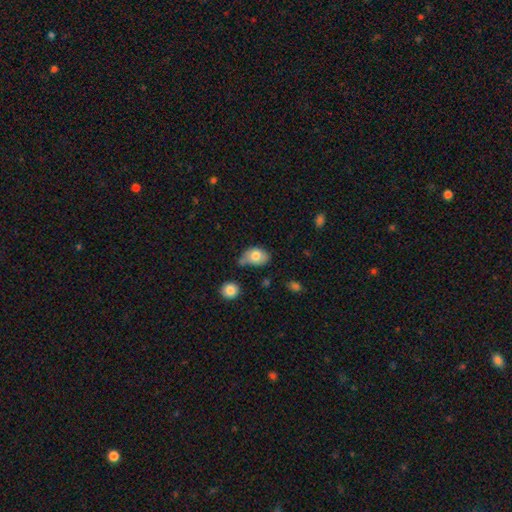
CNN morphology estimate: Smooth or featured: smooth — 77% (featured or disk — 15%)
How rounded: in between — 76% (round — 22%)
Merging: none — 40% (minor disturbance — 37%)